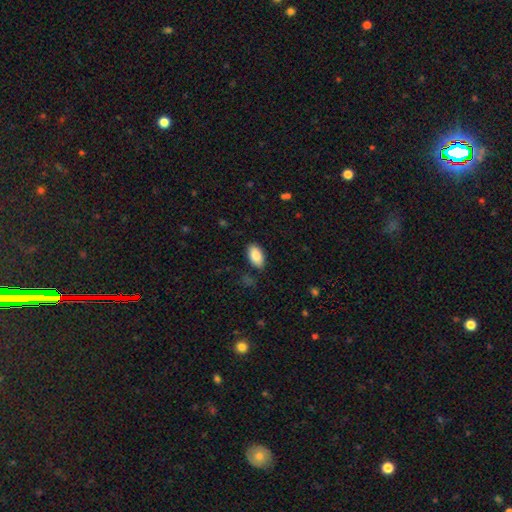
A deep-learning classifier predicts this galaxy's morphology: Smooth or featured? smooth (87%)
How rounded? in between (94%)
Merging? none (85%)